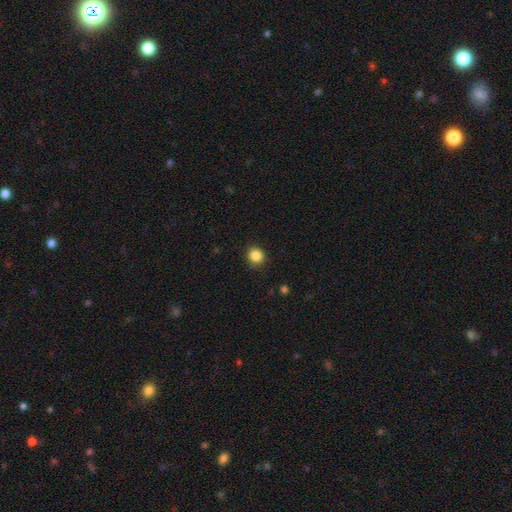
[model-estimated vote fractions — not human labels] A smooth galaxy with no disk features (85%) that is round (88%). Merging: none (87%).